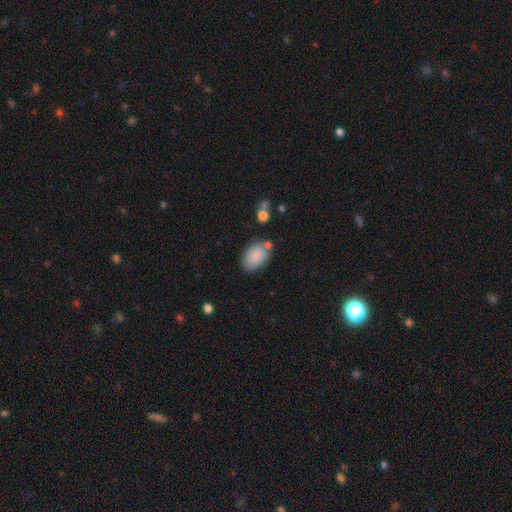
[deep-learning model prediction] Smooth or featured: smooth — 84% (featured or disk — 9%)
How rounded: in between — 89% (round — 10%)
Merging: none — 69% (minor disturbance — 17%)